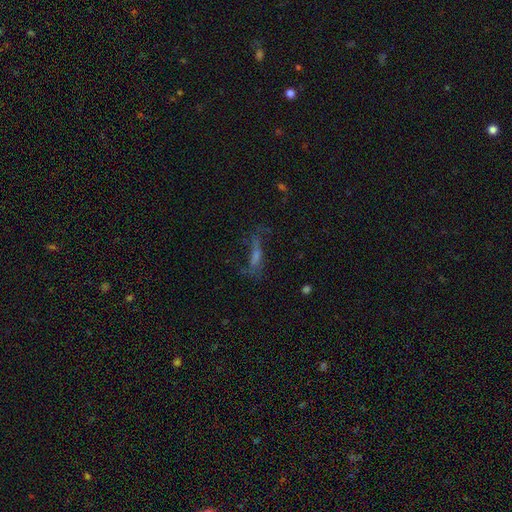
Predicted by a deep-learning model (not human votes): A featured or disk galaxy (50%). Merging: none (51%).